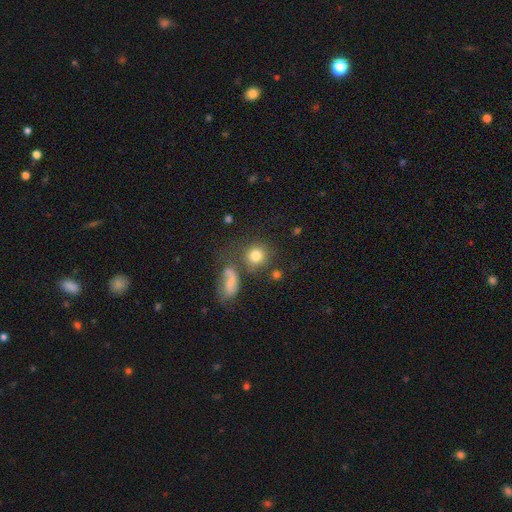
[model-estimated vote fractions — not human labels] The model was most divided on "merging": none: 64%, merger: 16%, minor disturbance: 12%, major disturbance: 8%. More confident: how rounded — round (85%); smooth or featured — smooth (77%).